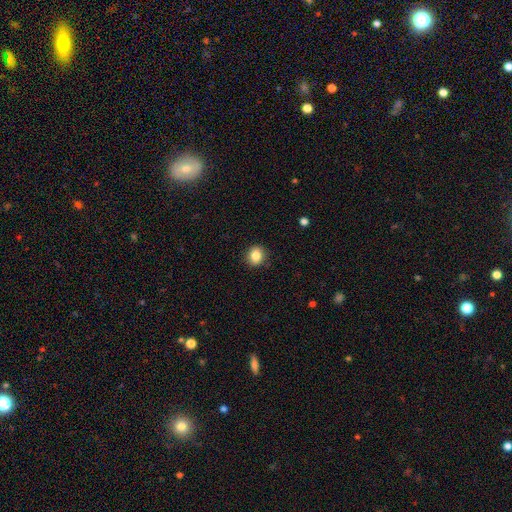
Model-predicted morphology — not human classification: smooth 84%, star or artifact 9%, featured or disk 7%. Down the decision tree: how rounded — round (73%); merging — none (89%).